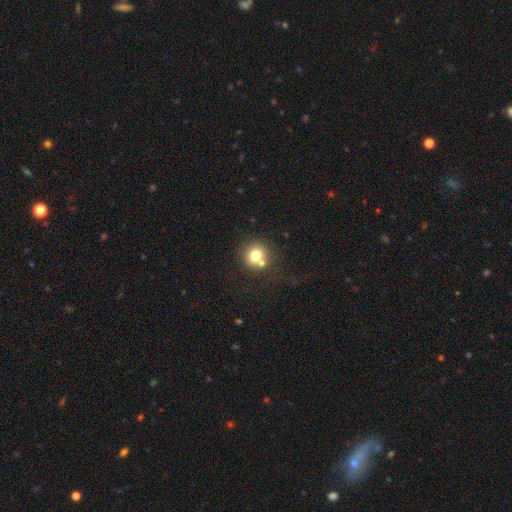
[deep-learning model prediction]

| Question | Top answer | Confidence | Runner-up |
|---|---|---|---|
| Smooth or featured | smooth | 73% | featured or disk (14%) |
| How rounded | round | 88% | in between (11%) |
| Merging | none | 61% | merger (25%) |